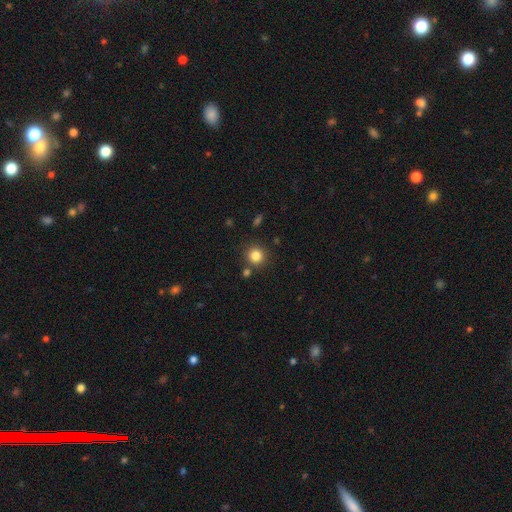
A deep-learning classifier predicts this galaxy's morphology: Smooth or featured? Predicted: smooth (p=0.83). How rounded? Predicted: round (p=0.91). Merging? Predicted: none (p=0.83).